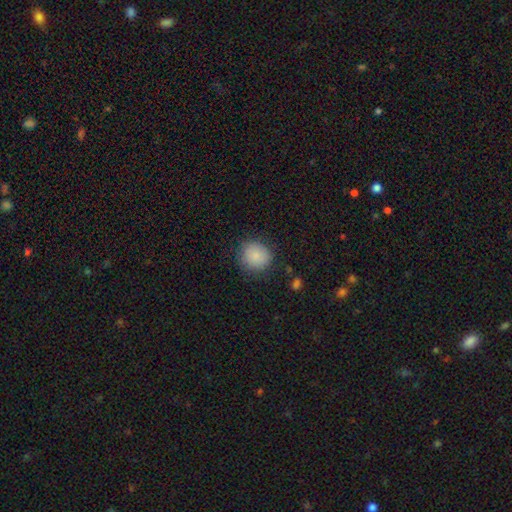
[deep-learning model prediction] Morphology: type=smooth (85%); roundness=round (87%); merging=none (83%).